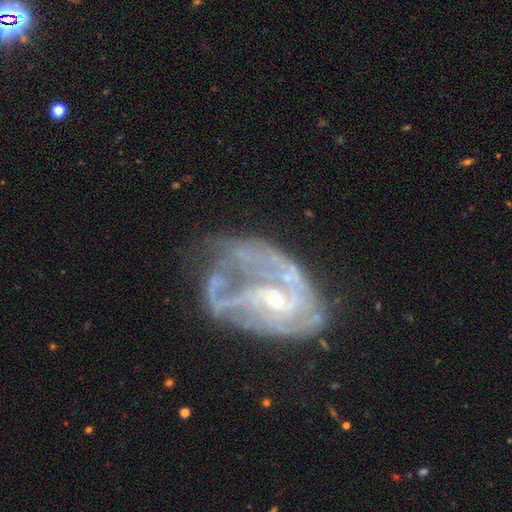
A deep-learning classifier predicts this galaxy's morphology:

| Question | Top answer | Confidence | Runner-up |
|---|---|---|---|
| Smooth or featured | featured or disk | 77% | smooth (12%) |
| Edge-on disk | no | 97% | yes (3%) |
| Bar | no | 46% | weak (39%) |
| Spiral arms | yes | 70% | no (30%) |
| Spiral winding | medium | 40% | tight (33%) |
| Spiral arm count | can't tell | 39% | 2 (29%) |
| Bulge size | small | 62% | moderate (27%) |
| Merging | major disturbance | 39% | none (31%) |